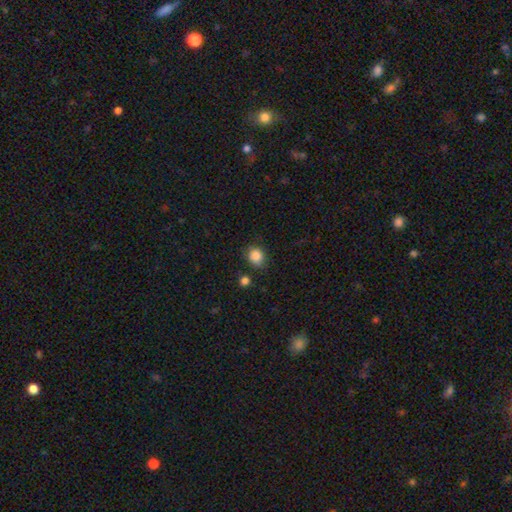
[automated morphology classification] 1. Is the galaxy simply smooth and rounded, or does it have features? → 86% smooth, 10% star or artifact, 4% featured or disk.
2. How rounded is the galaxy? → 67% round, 32% in between, 1% cigar-shaped.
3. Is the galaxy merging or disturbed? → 78% none, 15% minor disturbance, 3% major disturbance, 3% merger.